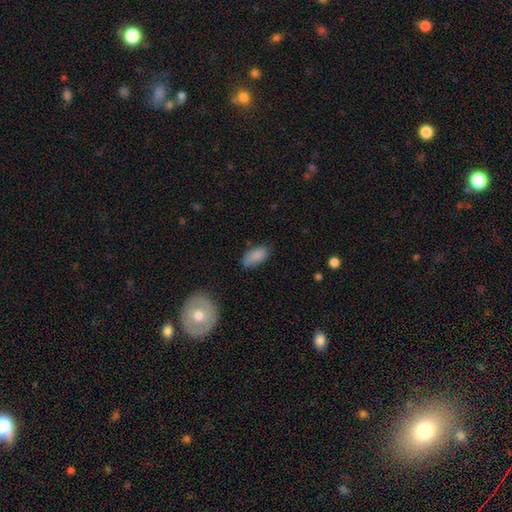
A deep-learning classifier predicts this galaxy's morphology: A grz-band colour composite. It shows a smooth galaxy with no disk features (86%) that is in between round and cigar-shaped (92%). Merging: none (73%).